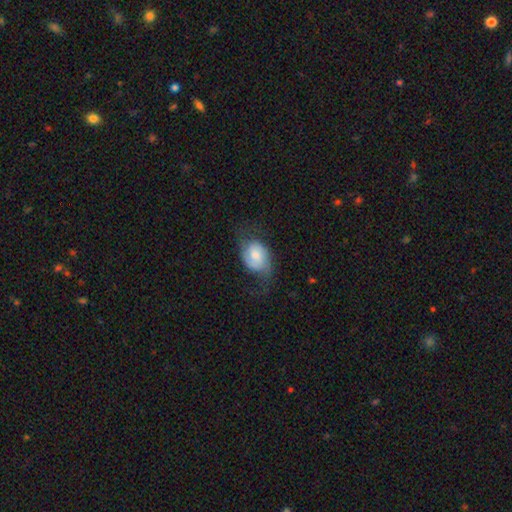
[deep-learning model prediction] Smooth or featured: smooth — 49% (featured or disk — 43%)
Merging: none — 51% (minor disturbance — 27%)